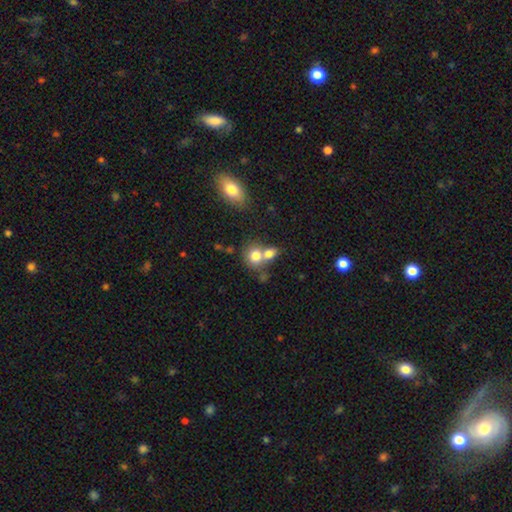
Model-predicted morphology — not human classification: Smooth or featured: smooth — 77% (featured or disk — 13%)
How rounded: round — 65% (in between — 34%)
Merging: merger — 55% (none — 33%)